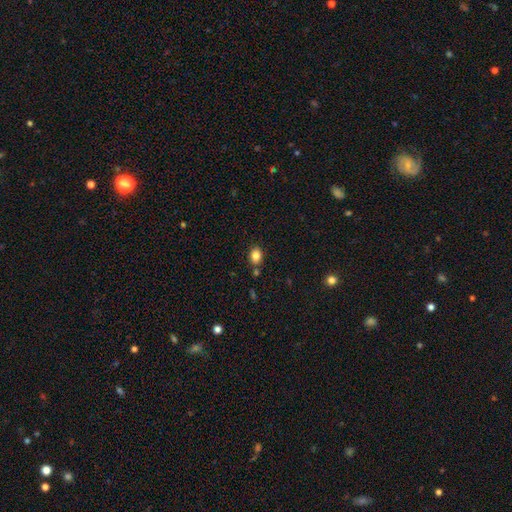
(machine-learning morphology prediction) This appears to be a smooth galaxy with no disk features (84%) that is in between round and cigar-shaped (60%). Merging: none (79%).